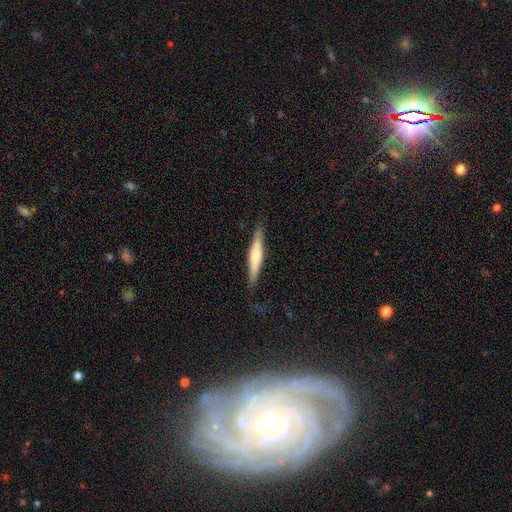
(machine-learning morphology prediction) Smooth or featured? Predicted: featured or disk (p=0.51). Edge-on disk? Predicted: yes (p=0.94). Merging? Predicted: none (p=0.84).